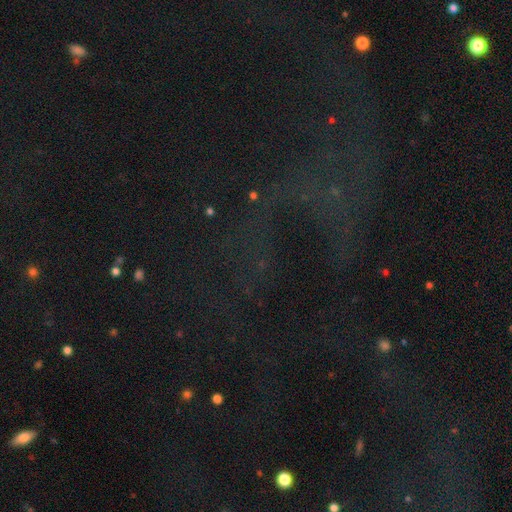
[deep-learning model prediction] A star or artifact, not a galaxy (65%).

Vote fractions:
- Smooth or featured? star or artifact: 65% / featured or disk: 20% / smooth: 15%